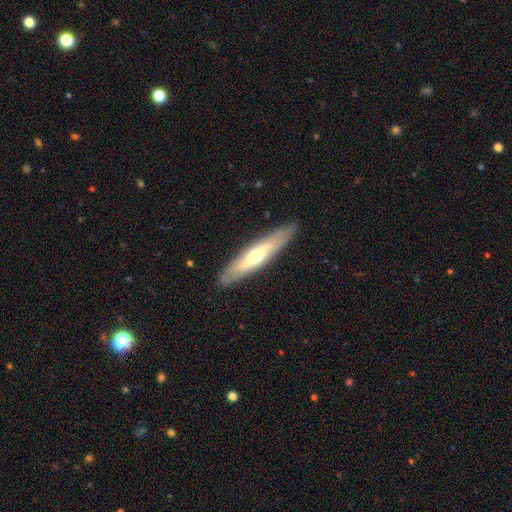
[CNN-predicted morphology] A featured or disk galaxy (51%) viewed edge-on (78%). Merging: none (89%).